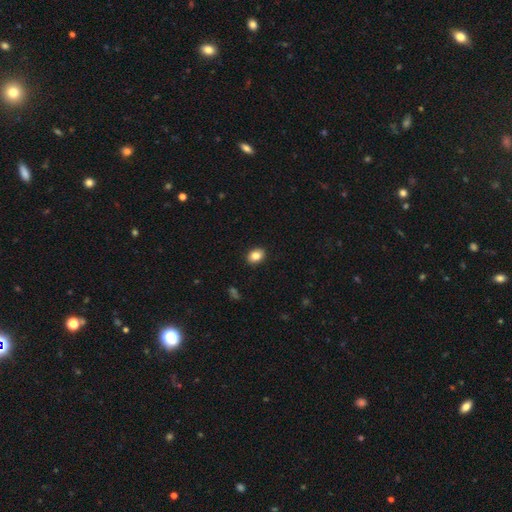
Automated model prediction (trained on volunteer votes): A smooth galaxy with no disk features (85%) that is in between round and cigar-shaped (71%). Merging: none (90%).